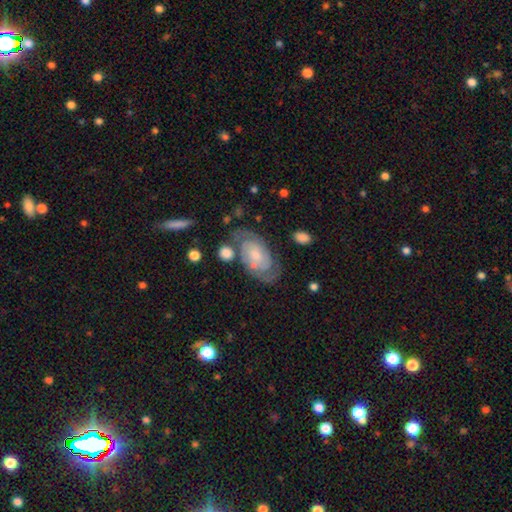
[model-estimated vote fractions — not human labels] Smooth or featured: featured or disk — 79% (smooth — 15%)
Edge-on disk: no — 96% (yes — 4%)
Bar: no — 65% (weak — 29%)
Spiral arms: yes — 92% (no — 8%)
Spiral winding: tight — 56% (medium — 35%)
Spiral arm count: 2 — 77% (can't tell — 14%)
Bulge size: small — 53% (moderate — 31%)
Merging: none — 65% (minor disturbance — 18%)